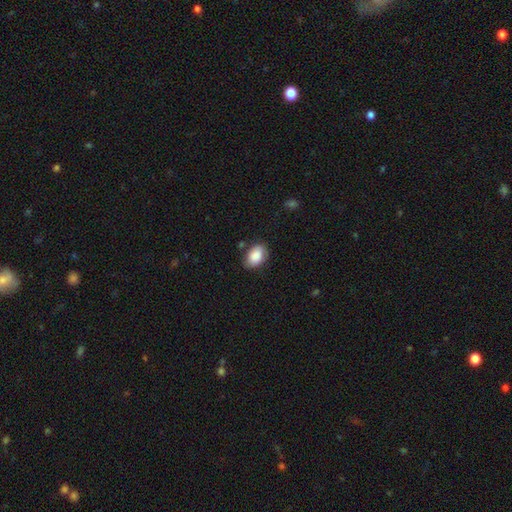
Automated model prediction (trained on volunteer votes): Morphology: type=smooth (86%); roundness=in between (85%); merging=none (75%).